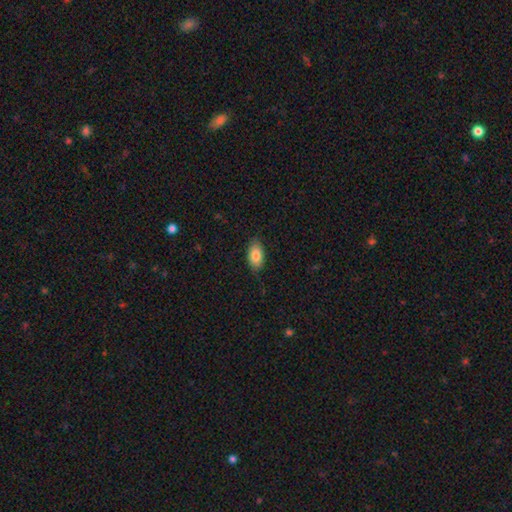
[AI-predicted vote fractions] Smooth or featured: smooth — 83% (featured or disk — 10%)
How rounded: in between — 92% (round — 5%)
Merging: none — 84% (minor disturbance — 13%)